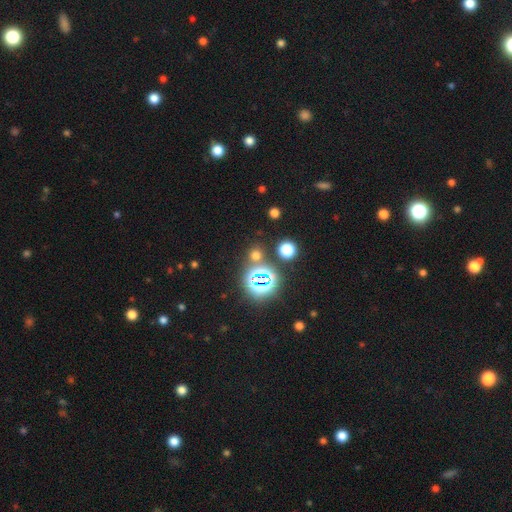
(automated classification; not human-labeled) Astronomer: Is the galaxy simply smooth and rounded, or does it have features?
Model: smooth — 53% (runner-up: star or artifact, 41%).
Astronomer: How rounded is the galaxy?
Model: round — 85%.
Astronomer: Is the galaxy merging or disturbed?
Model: none — 79%.